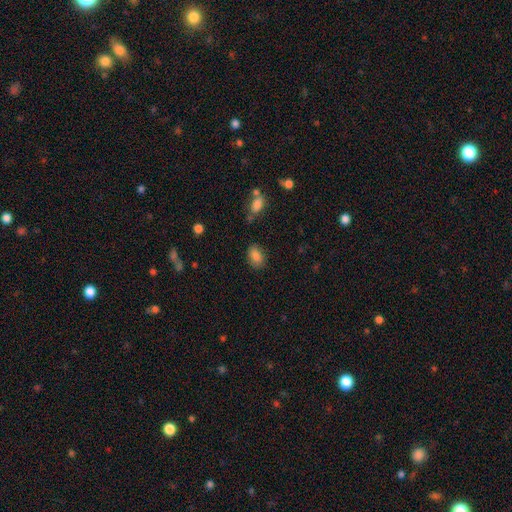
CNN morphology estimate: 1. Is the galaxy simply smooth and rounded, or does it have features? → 85% smooth, 9% star or artifact, 6% featured or disk.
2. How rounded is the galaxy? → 85% in between, 13% round, 2% cigar-shaped.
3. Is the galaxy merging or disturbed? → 80% none, 14% minor disturbance, 4% major disturbance, 3% merger.